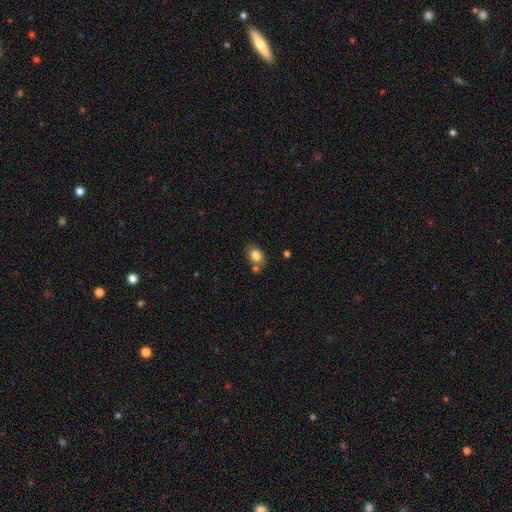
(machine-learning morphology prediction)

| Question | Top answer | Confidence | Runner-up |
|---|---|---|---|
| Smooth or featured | smooth | 82% | star or artifact (9%) |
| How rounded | in between | 56% | round (43%) |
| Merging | none | 62% | merger (18%) |